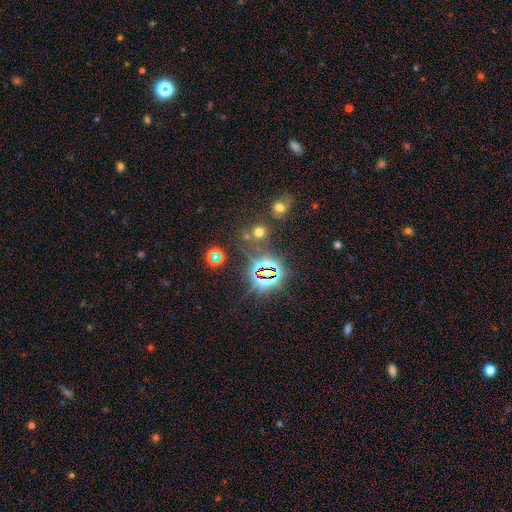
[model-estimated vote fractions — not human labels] Smooth or featured? Predicted: star or artifact (p=0.69).